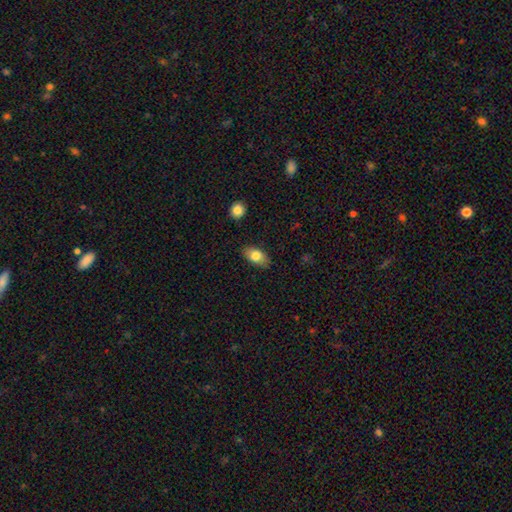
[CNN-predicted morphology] Smooth or featured? smooth (79%)
How rounded? in between (91%)
Merging? none (84%)